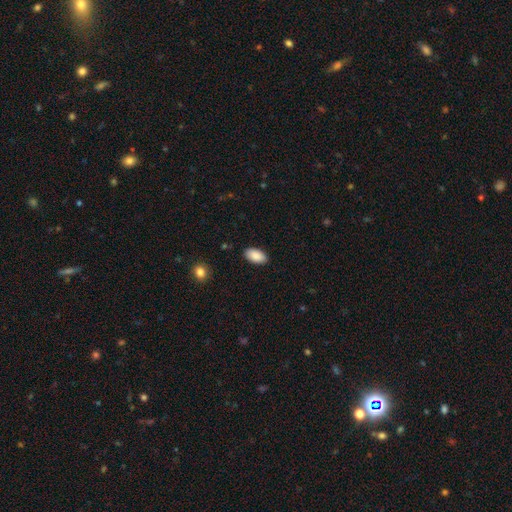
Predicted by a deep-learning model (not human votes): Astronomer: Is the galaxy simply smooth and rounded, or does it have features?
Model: smooth — 90%.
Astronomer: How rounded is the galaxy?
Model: in between — 95%.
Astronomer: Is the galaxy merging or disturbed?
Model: none — 88%.